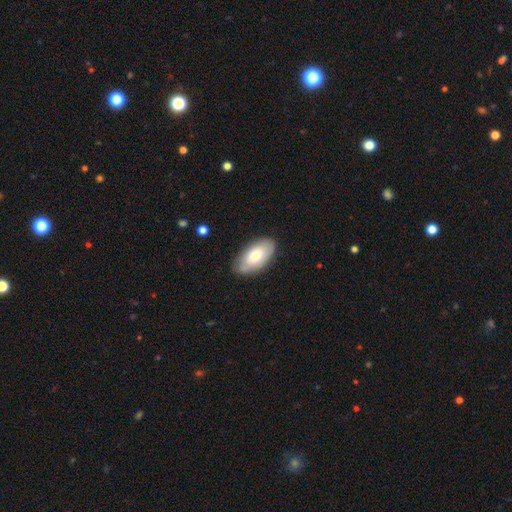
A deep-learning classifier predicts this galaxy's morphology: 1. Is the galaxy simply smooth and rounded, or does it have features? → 68% smooth, 26% featured or disk, 6% star or artifact.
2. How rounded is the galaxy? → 94% in between, 3% cigar-shaped, 3% round.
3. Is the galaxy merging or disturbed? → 79% none, 16% minor disturbance, 3% major disturbance, 1% merger.